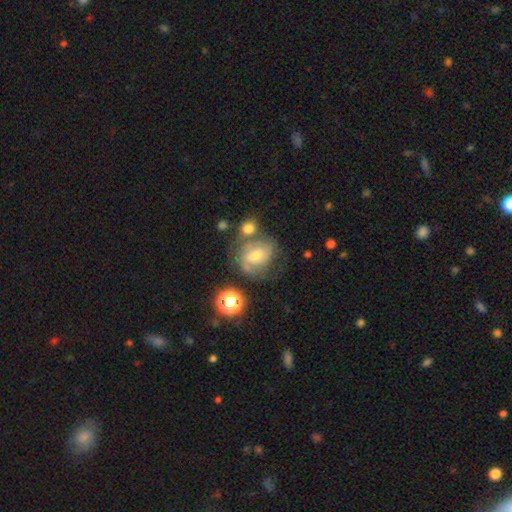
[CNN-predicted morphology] A featured or disk galaxy (45%). Merging: none (48%).